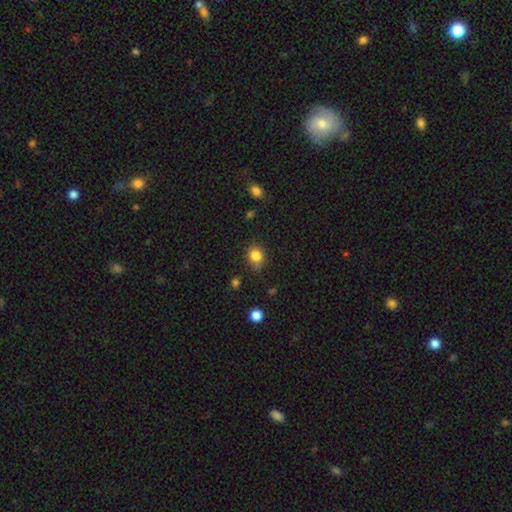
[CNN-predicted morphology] The model was most divided on "how rounded": round: 73%, in between: 26%, cigar-shaped: 1%. More confident: smooth or featured — smooth (84%); merging — none (72%).